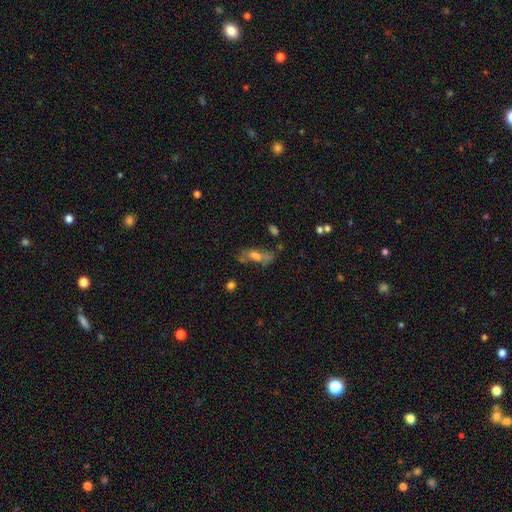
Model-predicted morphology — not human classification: Q: Smooth or featured?
A: smooth (44%); runner-up: featured or disk (43%)
Q: Merging?
A: none (49%); runner-up: minor disturbance (22%)